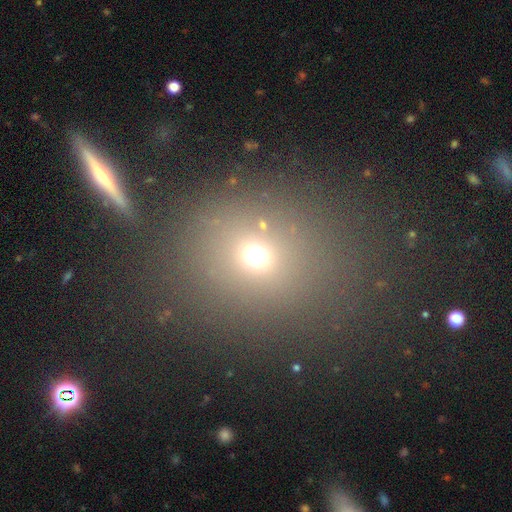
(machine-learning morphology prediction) A featured or disk galaxy (43%). Merging: none (81%).